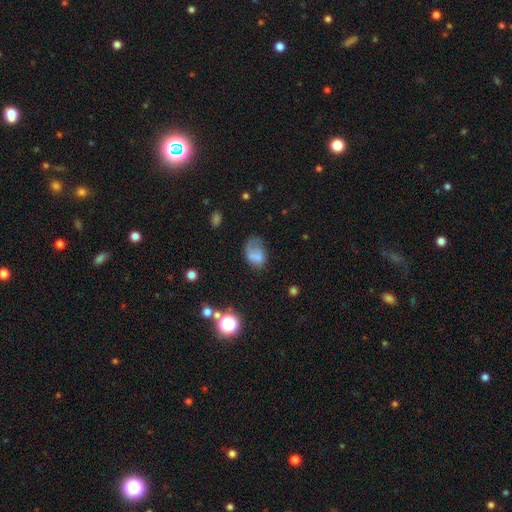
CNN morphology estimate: smooth 65%, featured or disk 22%, star or artifact 13%. Down the decision tree: how rounded — in between (78%); merging — major disturbance (33%).